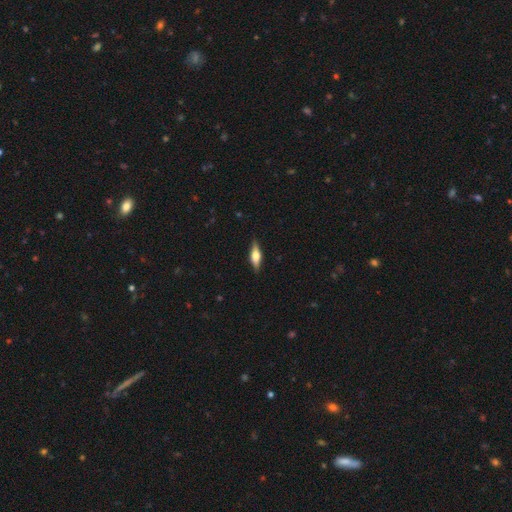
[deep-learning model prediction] featured or disk 54%, smooth 39%, star or artifact 6%. Down the decision tree: edge-on disk — yes (95%); edge-on bulge — rounded (89%); merging — none (87%).